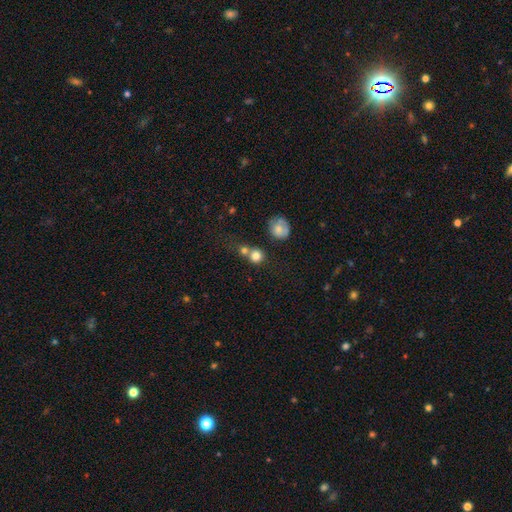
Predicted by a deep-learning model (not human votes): smooth-or-featured: smooth: 79% | star or artifact: 12% | featured or disk: 10%
  how-rounded: round: 87% | in between: 12% | cigar-shaped: 1%
  merging: none: 47% | merger: 40% | minor disturbance: 9% | major disturbance: 5%